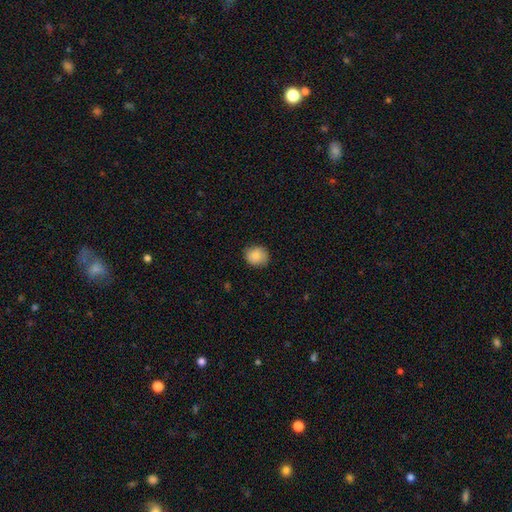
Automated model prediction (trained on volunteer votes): A smooth galaxy with no disk features (87%) that is round (77%).

Vote fractions:
- Smooth or featured? smooth: 87% / star or artifact: 8% / featured or disk: 5%
- How rounded? round: 77% / in between: 22% / cigar-shaped: 1%
- Merging? none: 83% / minor disturbance: 14% / major disturbance: 3% / merger: 1%